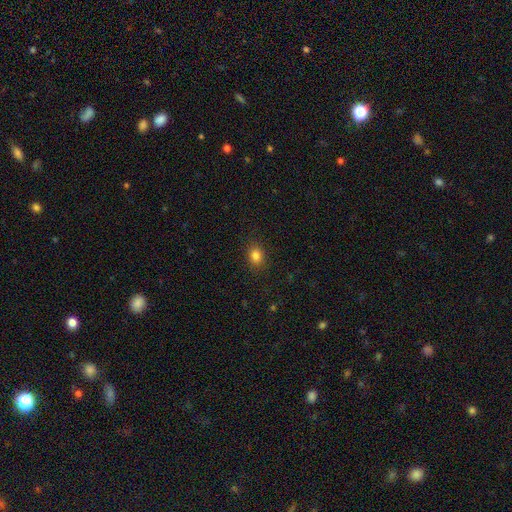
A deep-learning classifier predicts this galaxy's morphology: type=smooth (83%); roundness=round (53%); merging=none (87%).